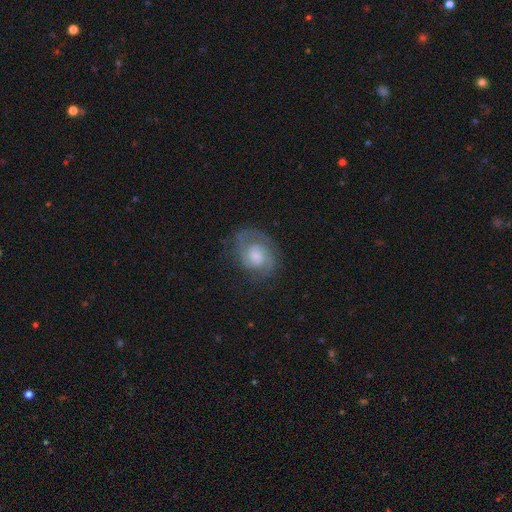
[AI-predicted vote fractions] smooth-or-featured: featured or disk: 81% | smooth: 12% | star or artifact: 7%
  disk-edge-on: no: 98% | yes: 2%
    bar: no: 59% | weak: 36% | strong: 5%
    has-spiral-arms: yes: 96% | no: 4%
      spiral-winding: tight: 49% | medium: 41% | loose: 10%
      spiral-arm-count: 2: 77% | can't tell: 10% | 1: 5% | 3: 5% | 4: 2% | more than 4: 2%
    bulge-size: moderate: 46% | small: 33% | large: 11% | none: 8% | dominant: 2%
  merging: none: 74% | minor disturbance: 17% | major disturbance: 8% | merger: 1%